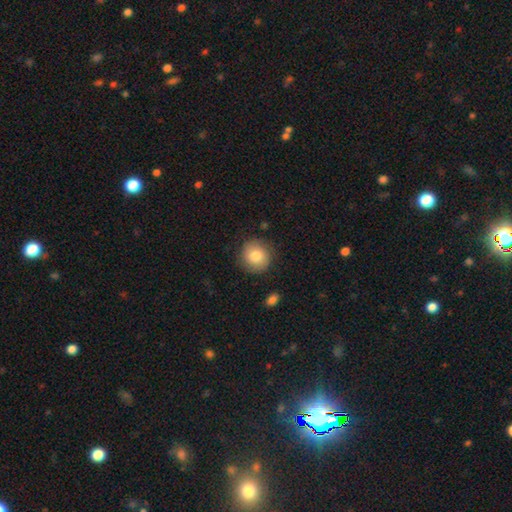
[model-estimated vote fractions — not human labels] smooth_or_featured: smooth (p=0.81) [alt: featured or disk p=0.11]
how_rounded: round (p=0.91) [alt: in between p=0.08]
merging: none (p=0.85) [alt: minor disturbance p=0.11]